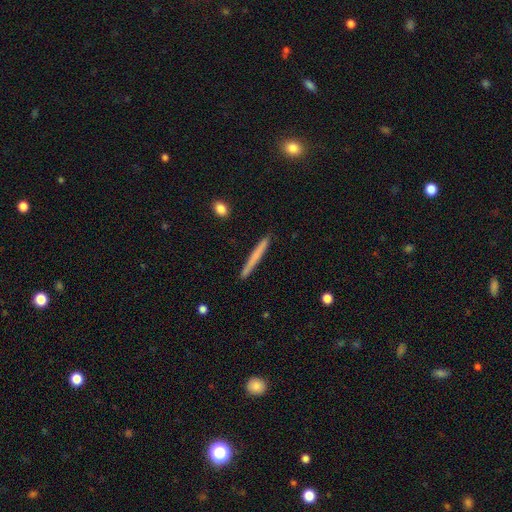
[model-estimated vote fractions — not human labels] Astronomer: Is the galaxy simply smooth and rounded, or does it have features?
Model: smooth — 60%.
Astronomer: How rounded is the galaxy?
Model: cigar-shaped — 97%.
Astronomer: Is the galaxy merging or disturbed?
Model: none — 91%.